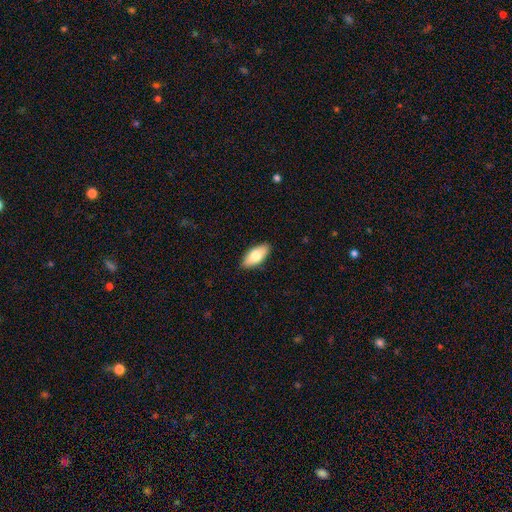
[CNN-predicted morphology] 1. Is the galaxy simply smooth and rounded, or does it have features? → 77% smooth, 17% featured or disk, 6% star or artifact.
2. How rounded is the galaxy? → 90% in between, 8% cigar-shaped, 2% round.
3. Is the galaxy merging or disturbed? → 88% none, 9% minor disturbance, 2% major disturbance, 1% merger.